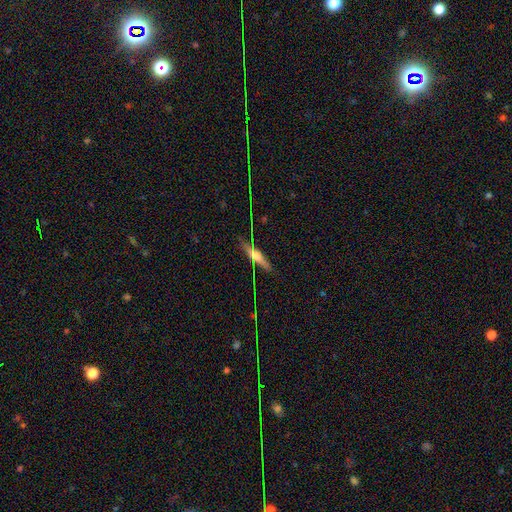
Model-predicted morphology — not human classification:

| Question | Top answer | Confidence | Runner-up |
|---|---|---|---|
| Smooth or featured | featured or disk | 55% | smooth (34%) |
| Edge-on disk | yes | 95% | no (5%) |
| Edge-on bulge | rounded | 84% | boxy (9%) |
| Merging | none | 83% | minor disturbance (12%) |